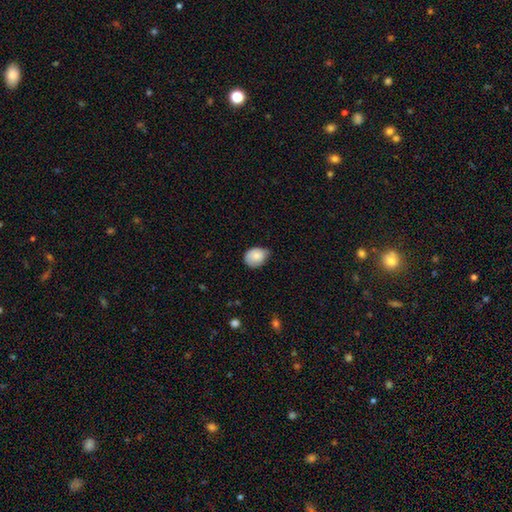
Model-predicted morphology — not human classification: This is clearly a smooth galaxy (81%). How rounded: possibly in between (51%). Merging: possibly none (55%).